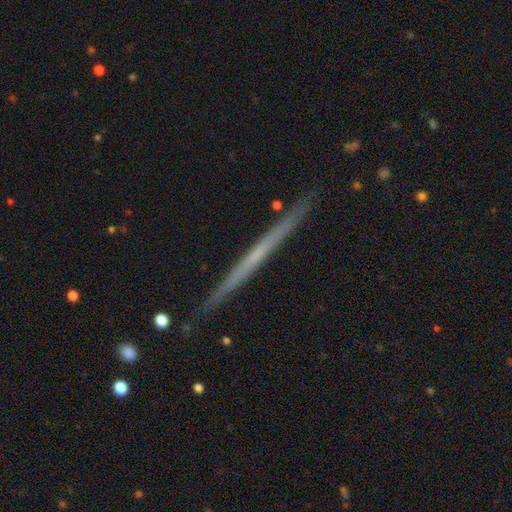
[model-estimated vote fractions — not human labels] Smooth or featured? featured or disk (63%)
Edge-on disk? yes (98%)
Edge-on bulge? none (89%)
Merging? none (91%)